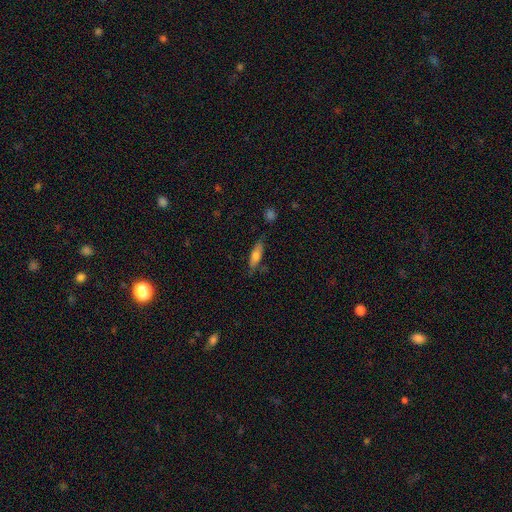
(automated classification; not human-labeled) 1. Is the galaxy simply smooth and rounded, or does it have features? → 69% smooth, 24% featured or disk, 7% star or artifact.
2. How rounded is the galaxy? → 50% cigar-shaped, 47% in between, 2% round.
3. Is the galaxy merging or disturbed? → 75% none, 18% minor disturbance, 4% major disturbance, 3% merger.